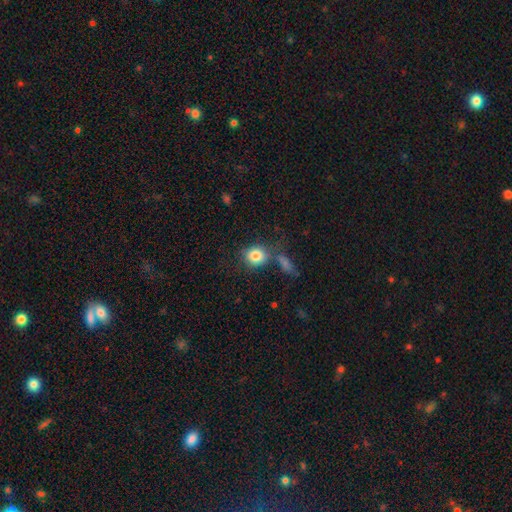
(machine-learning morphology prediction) A smooth galaxy with no disk features (83%) that is round (74%). Merging: none (62%).